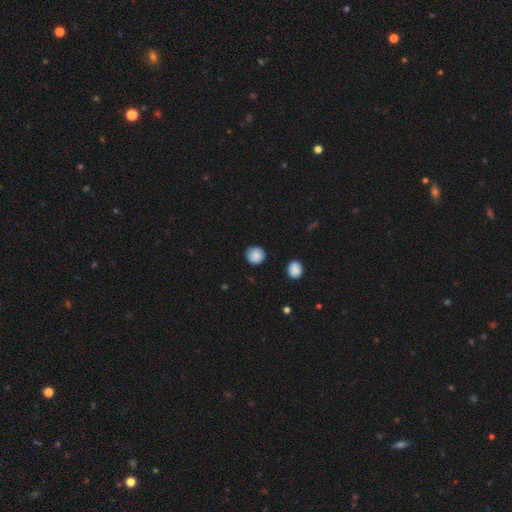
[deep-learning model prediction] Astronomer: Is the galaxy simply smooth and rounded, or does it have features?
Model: smooth — 85%.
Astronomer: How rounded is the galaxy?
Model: round — 91%.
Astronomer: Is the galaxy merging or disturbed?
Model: none — 85%.